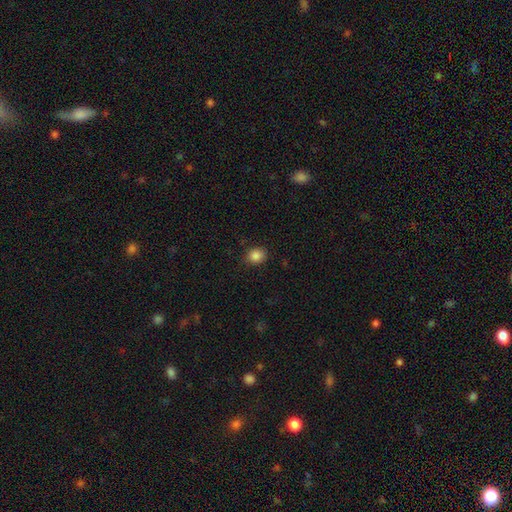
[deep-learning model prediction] smooth-or-featured: smooth: 86% | star or artifact: 10% | featured or disk: 4%
  how-rounded: round: 67% | in between: 32% | cigar-shaped: 1%
  merging: none: 87% | minor disturbance: 9% | major disturbance: 2% | merger: 1%